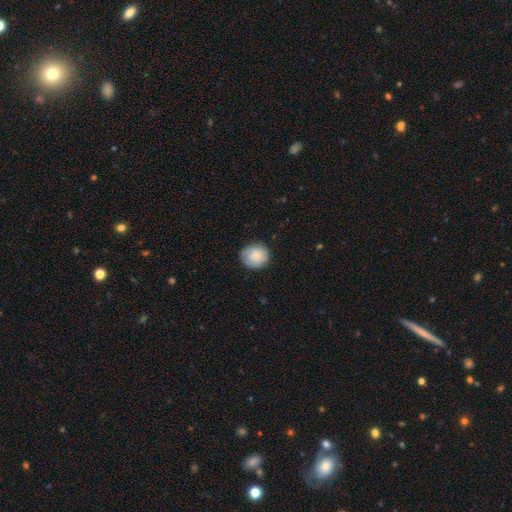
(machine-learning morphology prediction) smooth_or_featured: smooth (p=0.86) [alt: featured or disk p=0.07]
how_rounded: round (p=0.86) [alt: in between p=0.13]
merging: none (p=0.84) [alt: minor disturbance p=0.13]